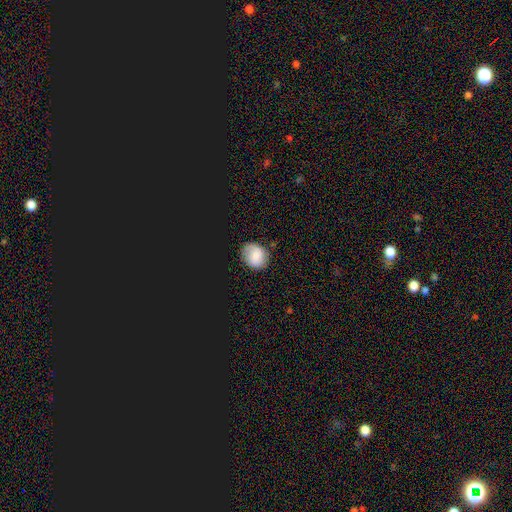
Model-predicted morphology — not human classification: type=smooth (76%); roundness=round (67%); merging=none (74%).